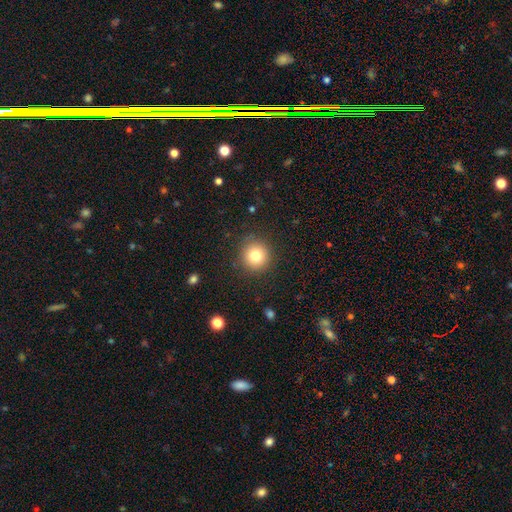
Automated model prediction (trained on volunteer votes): Morphology: type=smooth (79%); roundness=round (94%); merging=none (89%).